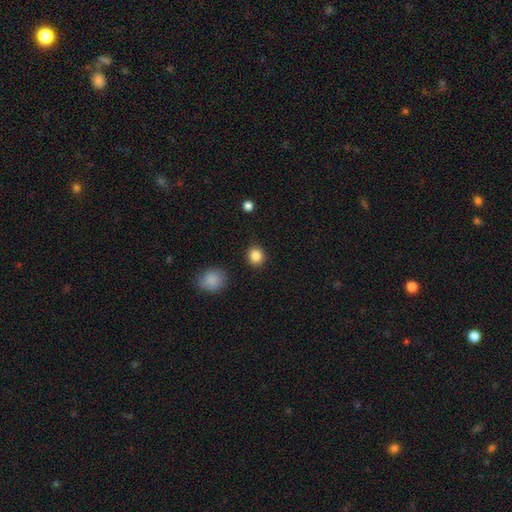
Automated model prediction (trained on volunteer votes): smooth_or_featured: smooth (p=0.85) [alt: star or artifact p=0.10]
how_rounded: round (p=0.83) [alt: in between p=0.16]
merging: none (p=0.90) [alt: minor disturbance p=0.06]